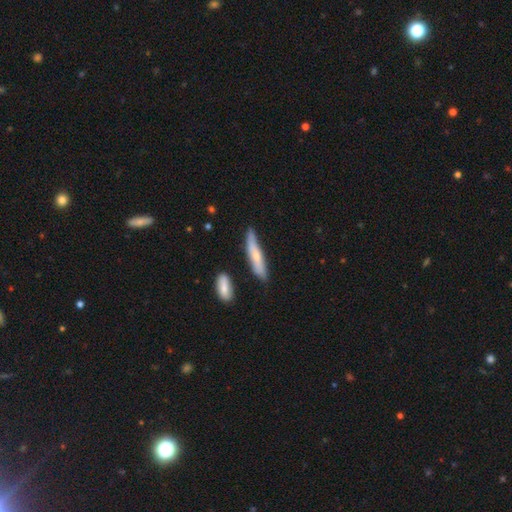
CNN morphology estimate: A smooth galaxy with no disk features (62%) that is cigar-shaped (87%).

Vote fractions:
- Smooth or featured? smooth: 62% / featured or disk: 32% / star or artifact: 6%
- How rounded? cigar-shaped: 87% / in between: 11% / round: 2%
- Merging? none: 72% / minor disturbance: 20% / merger: 4% / major disturbance: 3%